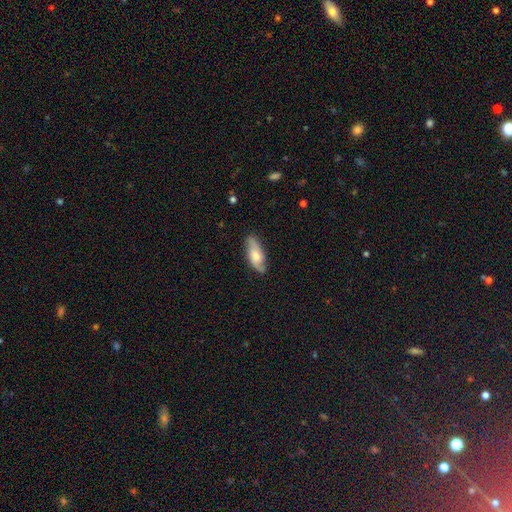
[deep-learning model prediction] This is possibly a featured or disk galaxy (50%). Merging: likely none (80%).